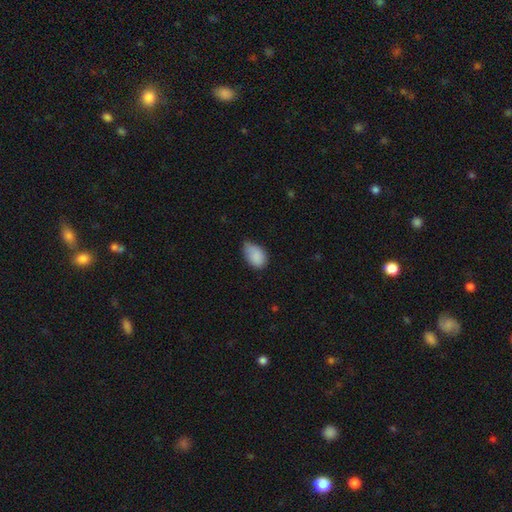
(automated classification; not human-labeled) This appears to be a smooth galaxy with no disk features (87%) that is in between round and cigar-shaped (87%). Merging: minor disturbance (48%).